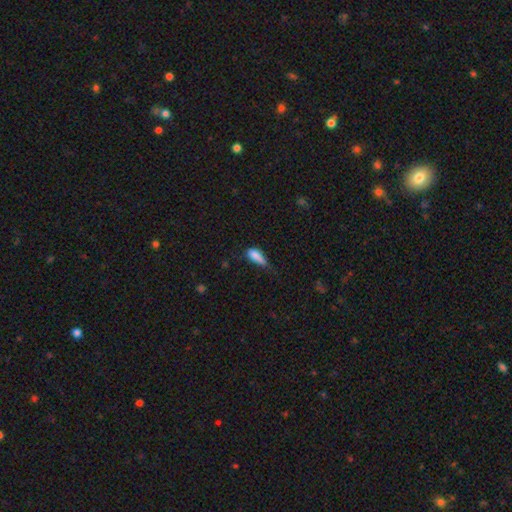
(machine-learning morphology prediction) A smooth galaxy with no disk features (79%) that is in between round and cigar-shaped (66%).

Vote fractions:
- Smooth or featured? smooth: 79% / featured or disk: 12% / star or artifact: 9%
- How rounded? in between: 66% / cigar-shaped: 30% / round: 4%
- Merging? minor disturbance: 42% / none: 31% / major disturbance: 23% / merger: 4%